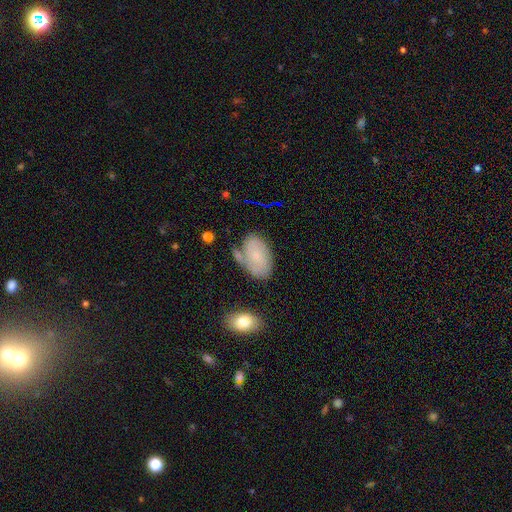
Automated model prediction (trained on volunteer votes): This appears to be a smooth galaxy with no disk features (49%). Merging: none (57%).